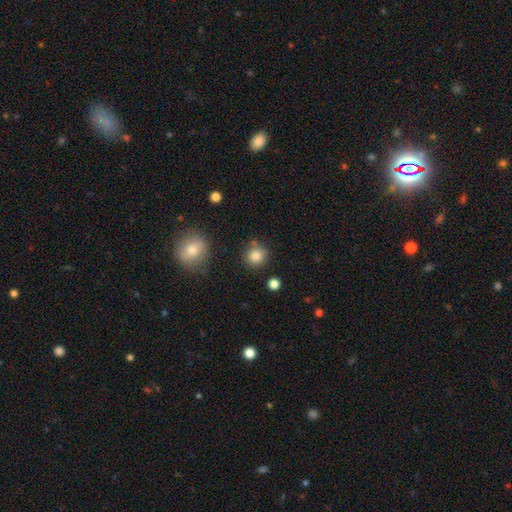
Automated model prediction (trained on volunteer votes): Smooth or featured?
  - smooth: 84% *
  - star or artifact: 10%
  - featured or disk: 5%
How rounded?
  - round: 89% *
  - in between: 10%
  - cigar-shaped: 1%
Merging?
  - none: 80% *
  - minor disturbance: 11%
  - merger: 6%
  - major disturbance: 3%